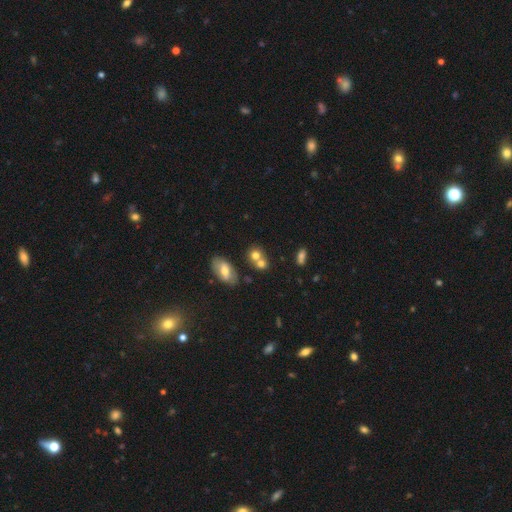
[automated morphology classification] Smooth or featured? smooth (70%)
How rounded? round (64%)
Merging? merger (44%)